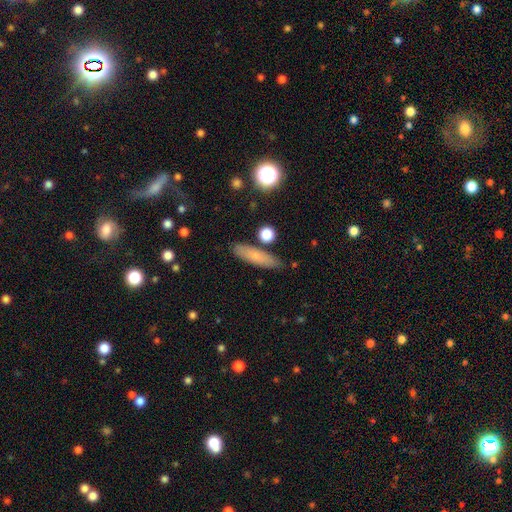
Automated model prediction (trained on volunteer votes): A smooth galaxy with no disk features (73%) that is cigar-shaped (74%). Merging: none (84%).